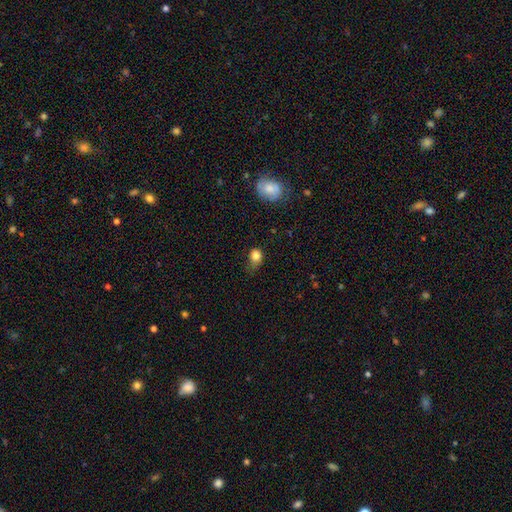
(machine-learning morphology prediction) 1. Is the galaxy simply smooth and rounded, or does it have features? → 83% smooth, 10% star or artifact, 7% featured or disk.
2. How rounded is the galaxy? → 49% in between (tied), 49% round (tied), 1% cigar-shaped.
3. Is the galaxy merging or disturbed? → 47% none, 35% minor disturbance, 15% major disturbance, 3% merger.